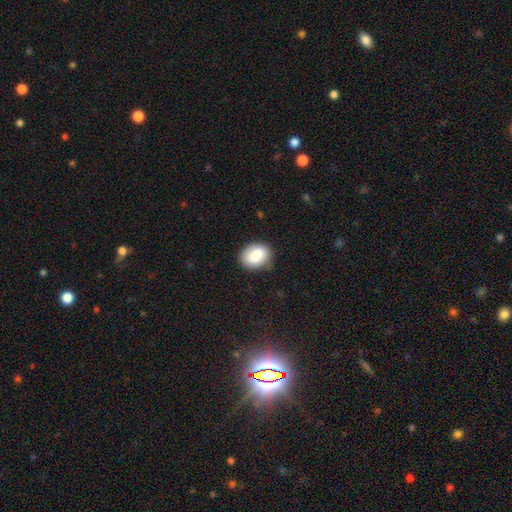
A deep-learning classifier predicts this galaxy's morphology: Smooth or featured: smooth — 85% (featured or disk — 8%)
How rounded: in between — 64% (round — 35%)
Merging: none — 79% (minor disturbance — 16%)